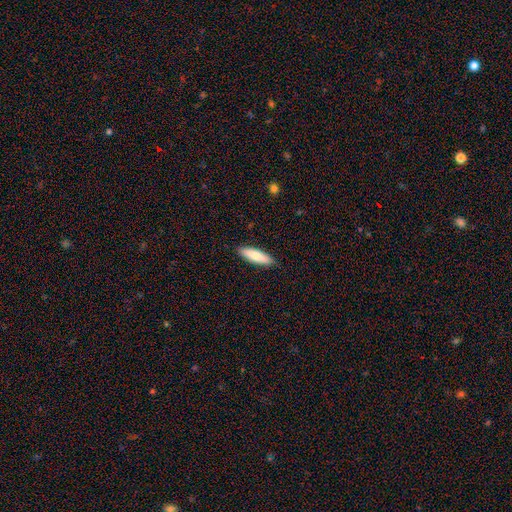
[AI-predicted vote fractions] smooth-or-featured: smooth: 77% | featured or disk: 18% | star or artifact: 5%
  how-rounded: cigar-shaped: 58% | in between: 41% | round: 2%
  merging: none: 88% | minor disturbance: 9% | major disturbance: 2% | merger: 1%